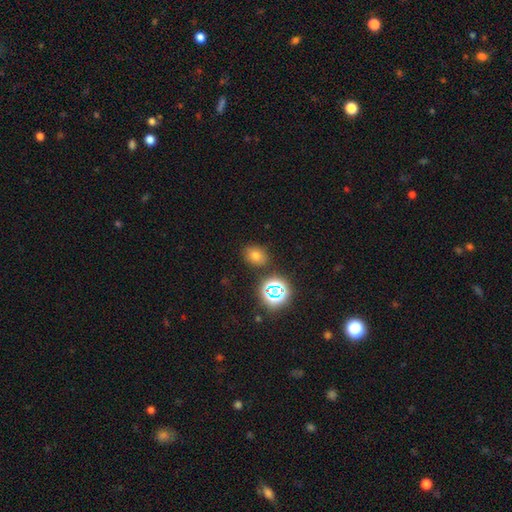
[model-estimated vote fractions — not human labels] A smooth galaxy with no disk features (65%) that is round (54%).

Vote fractions:
- Smooth or featured? smooth: 65% / star or artifact: 25% / featured or disk: 9%
- How rounded? round: 54% / in between: 45% / cigar-shaped: 1%
- Merging? none: 82% / minor disturbance: 10% / merger: 4% / major disturbance: 3%